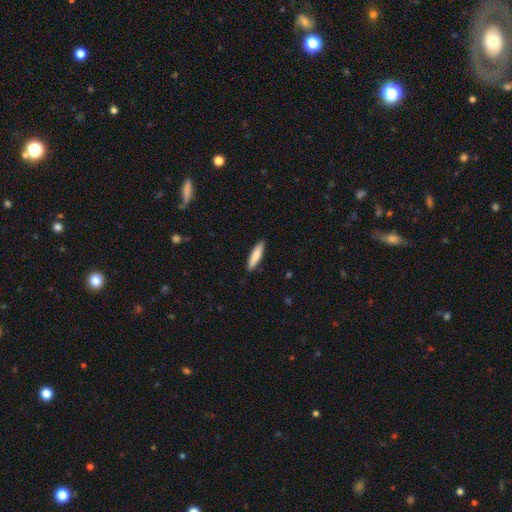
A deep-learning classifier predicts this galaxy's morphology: smooth-or-featured: smooth: 84% | featured or disk: 11% | star or artifact: 5%
  how-rounded: cigar-shaped: 80% | in between: 18% | round: 1%
  merging: none: 90% | minor disturbance: 7% | major disturbance: 2% | merger: 1%